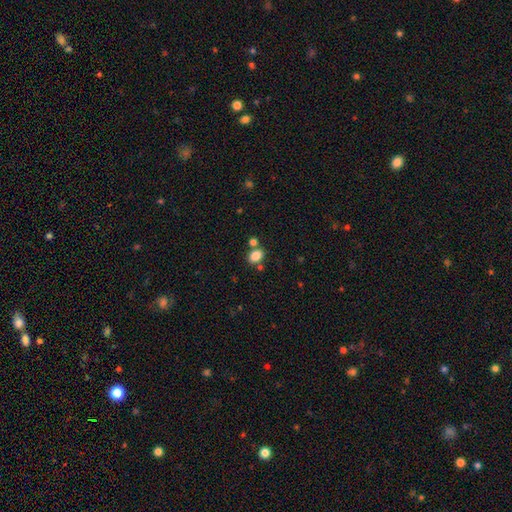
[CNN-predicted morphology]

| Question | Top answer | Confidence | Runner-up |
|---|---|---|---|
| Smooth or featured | smooth | 84% | star or artifact (10%) |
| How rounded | in between | 72% | round (26%) |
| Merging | none | 67% | merger (18%) |